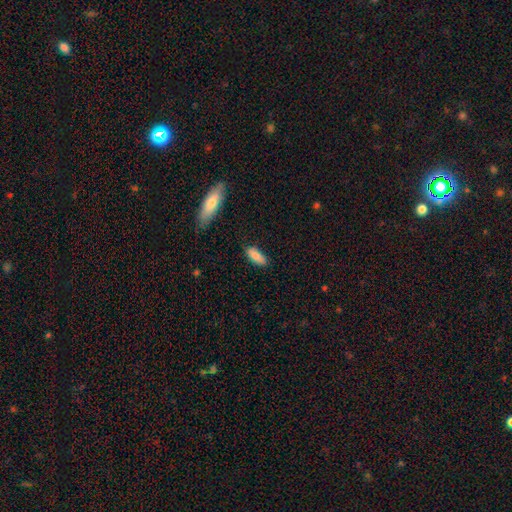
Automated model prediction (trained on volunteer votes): A smooth galaxy with no disk features (86%) that is in between round and cigar-shaped (72%). Merging: none (80%).